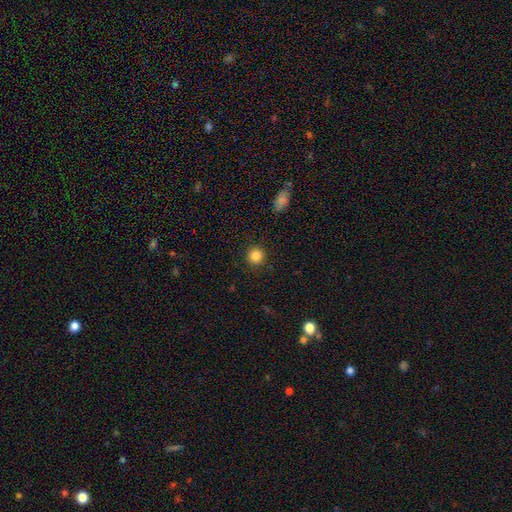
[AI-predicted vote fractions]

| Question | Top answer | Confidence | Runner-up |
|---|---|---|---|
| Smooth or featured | smooth | 85% | star or artifact (11%) |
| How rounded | round | 94% | in between (5%) |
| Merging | none | 91% | minor disturbance (5%) |